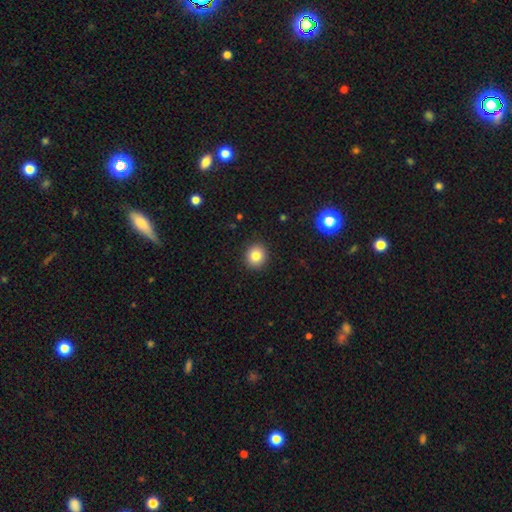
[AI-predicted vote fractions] A smooth galaxy with no disk features (83%) that is round (83%).

Vote fractions:
- Smooth or featured? smooth: 83% / star or artifact: 10% / featured or disk: 7%
- How rounded? round: 83% / in between: 16% / cigar-shaped: 1%
- Merging? none: 91% / minor disturbance: 6% / major disturbance: 2% / merger: 1%